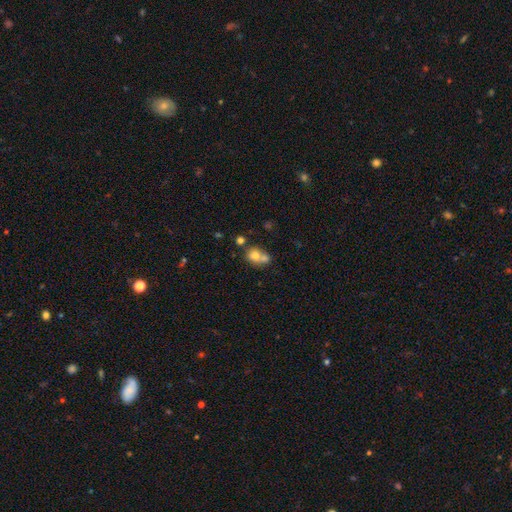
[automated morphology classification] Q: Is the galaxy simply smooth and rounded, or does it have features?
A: smooth — 71%.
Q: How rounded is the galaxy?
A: round — 64%.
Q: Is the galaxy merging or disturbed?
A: merger — 59%.